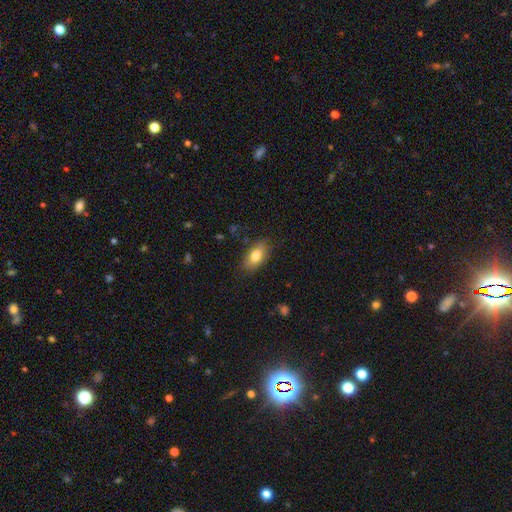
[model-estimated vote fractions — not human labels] smooth 80%, featured or disk 13%, star or artifact 7%. Down the decision tree: how rounded — in between (88%); merging — none (82%).